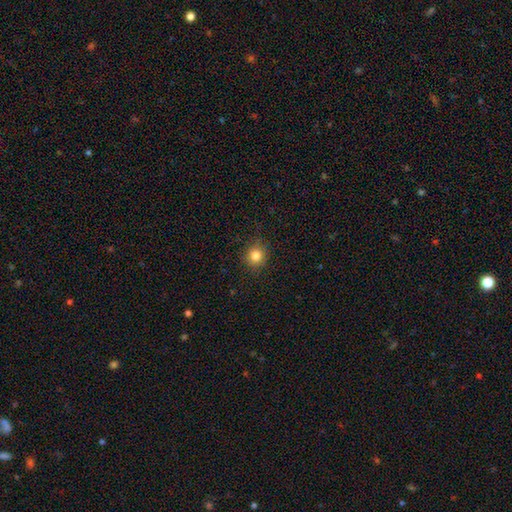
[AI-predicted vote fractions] smooth-or-featured: smooth: 82% | star or artifact: 12% | featured or disk: 6%
  how-rounded: round: 89% | in between: 10% | cigar-shaped: 1%
  merging: none: 87% | minor disturbance: 10% | major disturbance: 3% | merger: 1%